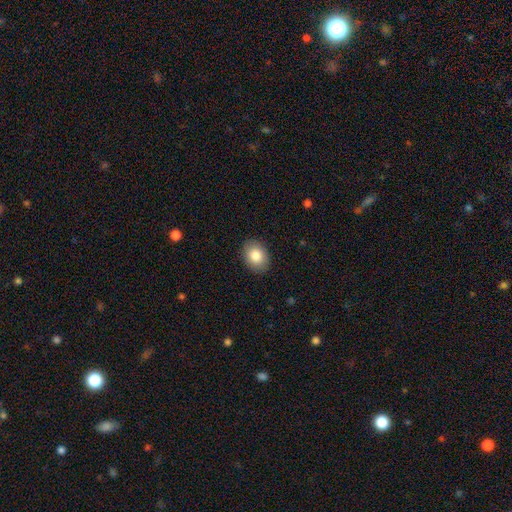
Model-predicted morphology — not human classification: smooth-or-featured: smooth: 84% | featured or disk: 9% | star or artifact: 7%
  how-rounded: in between: 67% | round: 32% | cigar-shaped: 1%
  merging: none: 89% | minor disturbance: 8% | major disturbance: 2% | merger: 1%